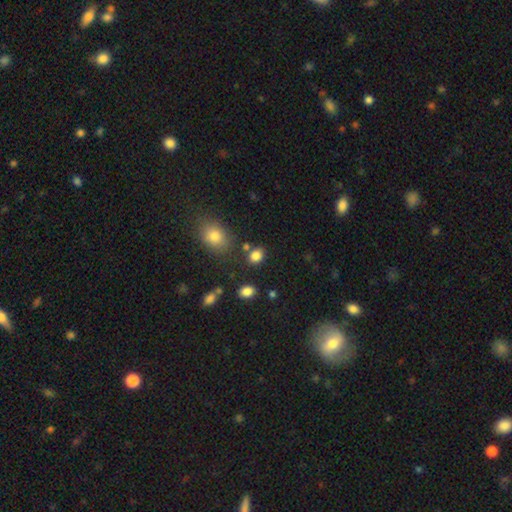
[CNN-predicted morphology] smooth-or-featured: smooth: 84% | star or artifact: 12% | featured or disk: 5%
  how-rounded: in between: 58% | round: 41% | cigar-shaped: 1%
  merging: none: 74% | minor disturbance: 13% | merger: 10% | major disturbance: 4%